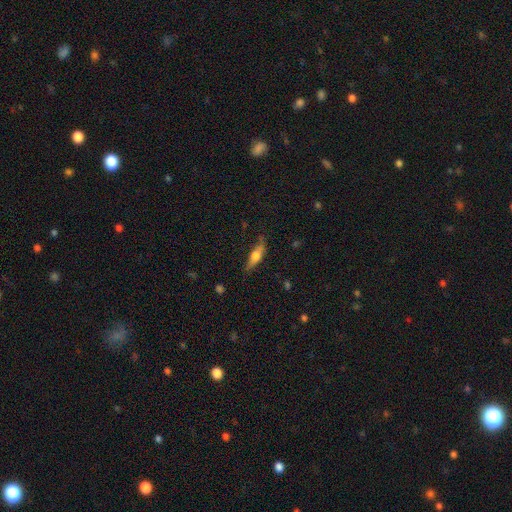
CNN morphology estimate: Smooth or featured?
  - smooth: 48% *
  - featured or disk: 46%
  - star or artifact: 7%
Merging?
  - none: 73% *
  - minor disturbance: 20%
  - major disturbance: 5%
  - merger: 2%